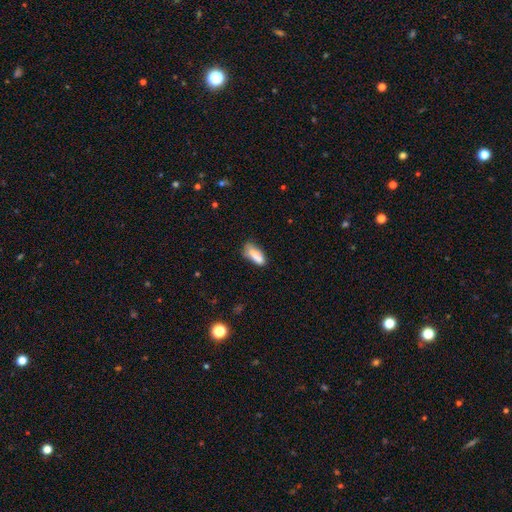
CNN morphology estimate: This appears to be a smooth galaxy with no disk features (73%) that is in between round and cigar-shaped (73%). Merging: none (43%).